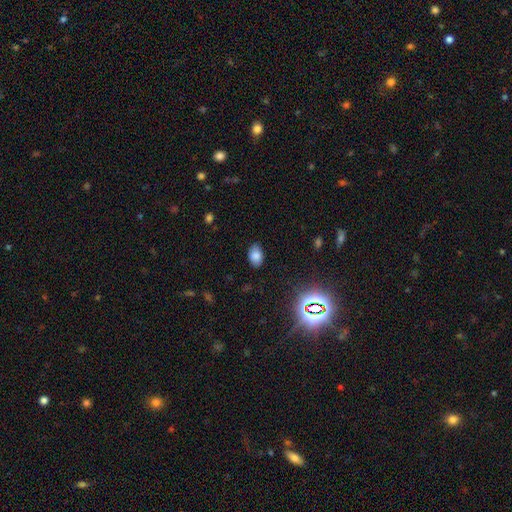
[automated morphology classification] Smooth or featured? Predicted: smooth (p=0.80). How rounded? Predicted: in between (p=0.88). Merging? Predicted: none (p=0.83).